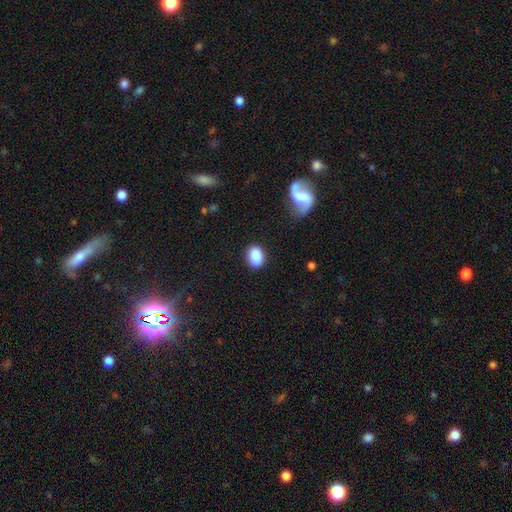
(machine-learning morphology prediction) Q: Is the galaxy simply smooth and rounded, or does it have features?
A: smooth — 86%.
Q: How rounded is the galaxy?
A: in between — 74%.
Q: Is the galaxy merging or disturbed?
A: none — 82%.